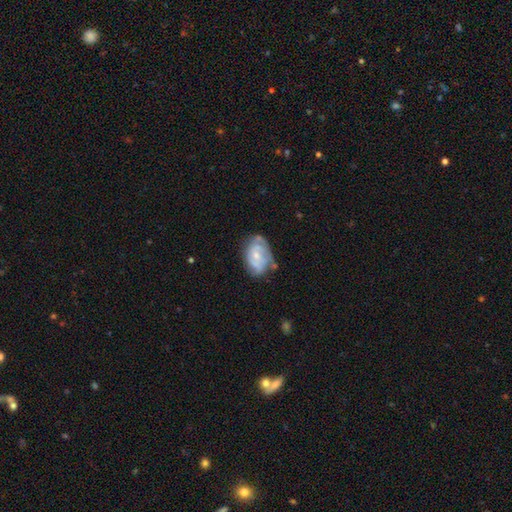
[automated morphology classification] This is likely a featured or disk galaxy (68%). It is clearly not viewed edge-on (97%). Bar: likely no (62%). Spiral arm pattern: likely yes (77%). Spiral arm count: marginally 2 (39%). Spiral winding: possibly tight (52%). Central bulge: possibly small (55%). Merging: possibly none (54%).